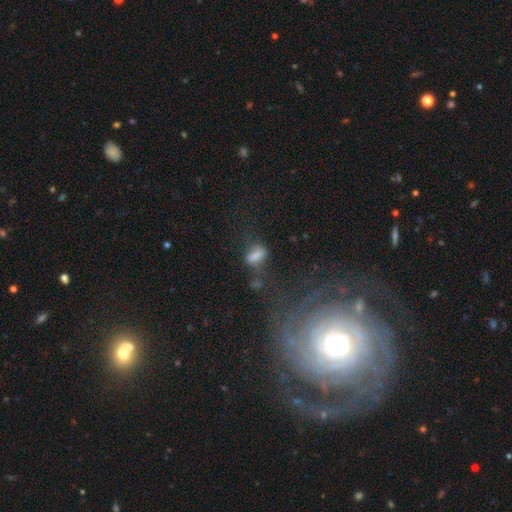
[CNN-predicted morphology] Smooth or featured? smooth (69%)
How rounded? in between (78%)
Merging? none (49%)